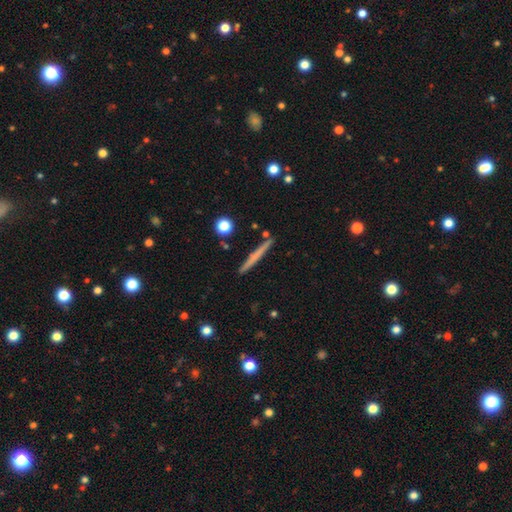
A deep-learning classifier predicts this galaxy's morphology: smooth-or-featured: smooth: 53% | featured or disk: 41% | star or artifact: 6%
  how-rounded: cigar-shaped: 96% | in between: 2% | round: 2%
  merging: none: 90% | minor disturbance: 6% | merger: 2% | major disturbance: 1%